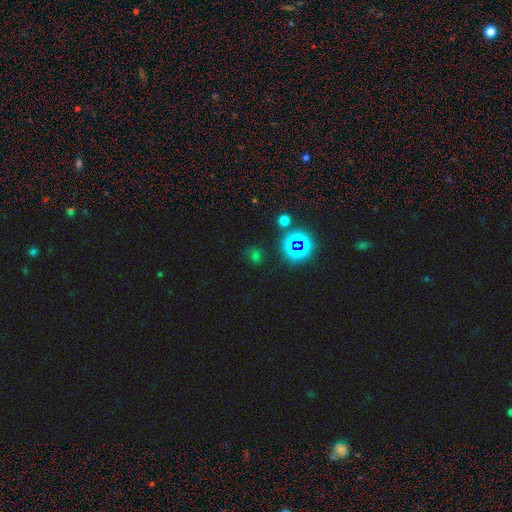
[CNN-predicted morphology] star or artifact 48%, smooth 45%, featured or disk 6%.